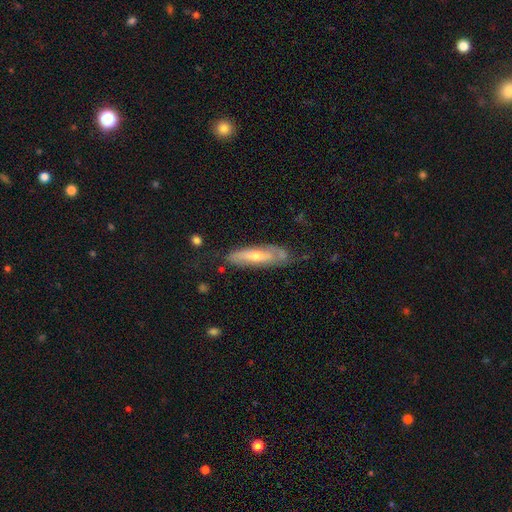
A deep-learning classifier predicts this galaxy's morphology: The model was most divided on "edge-on disk": no: 52%, yes: 48%. More confident: merging — none (57%); smooth or featured — featured or disk (50%).